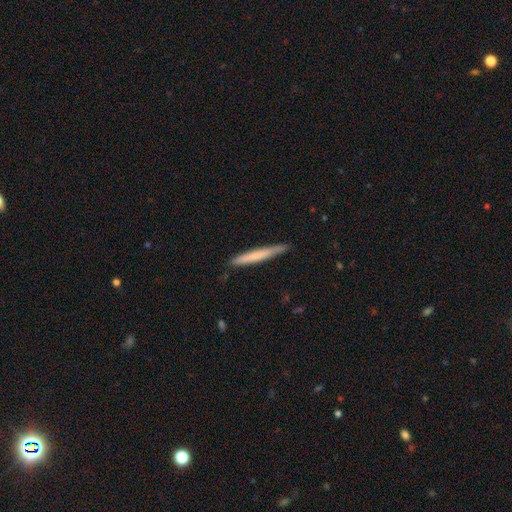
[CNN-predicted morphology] Smooth or featured?
  - smooth: 63% *
  - featured or disk: 31%
  - star or artifact: 5%
How rounded?
  - cigar-shaped: 96% *
  - in between: 2%
  - round: 1%
Merging?
  - none: 86% *
  - minor disturbance: 11%
  - major disturbance: 2%
  - merger: 1%